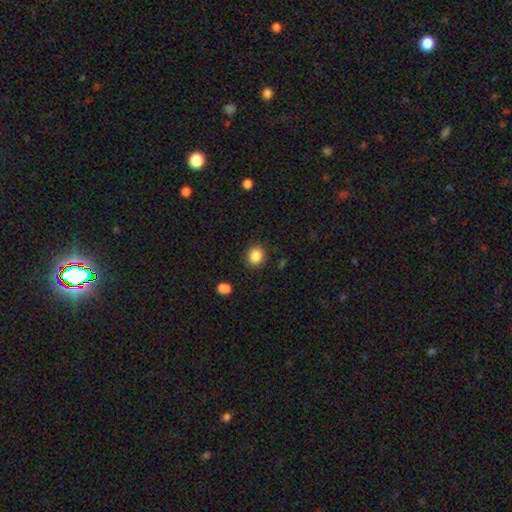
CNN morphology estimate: Smooth or featured? smooth (87%)
How rounded? round (74%)
Merging? none (87%)